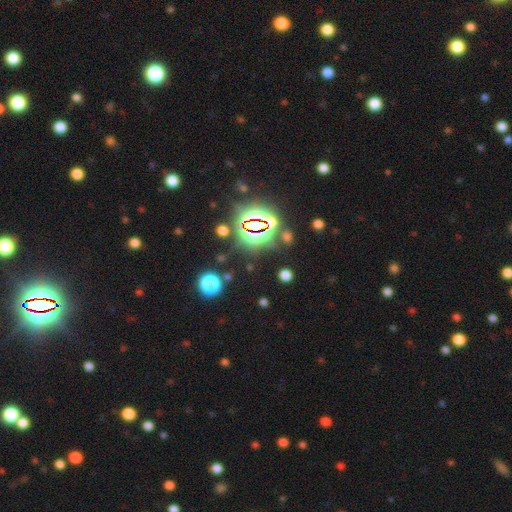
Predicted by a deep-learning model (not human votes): Q: Smooth or featured?
A: star or artifact (84%); runner-up: smooth (10%)